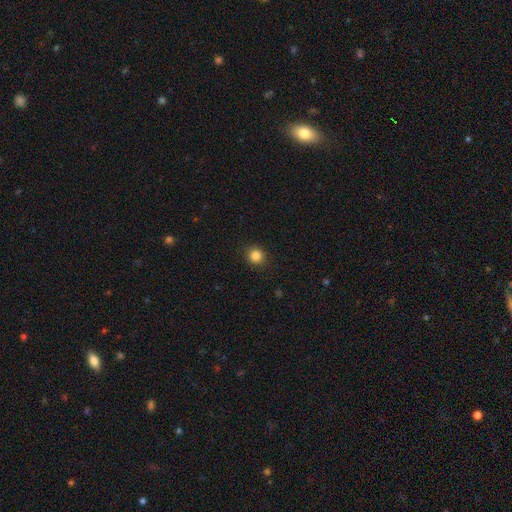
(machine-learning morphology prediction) The model was most divided on "smooth or featured": smooth: 85%, star or artifact: 11%, featured or disk: 4%. More confident: merging — none (91%); how rounded — round (88%).